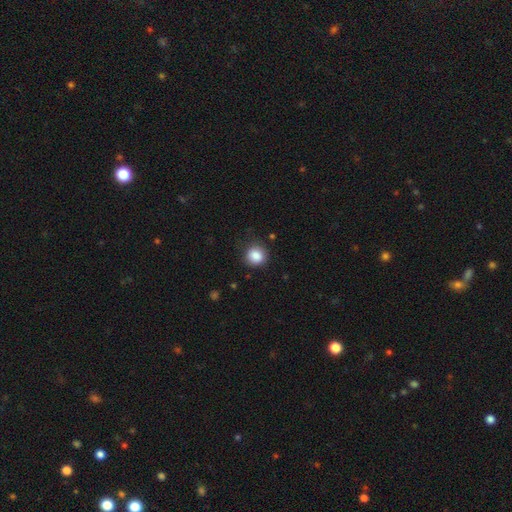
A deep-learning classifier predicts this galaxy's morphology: smooth_or_featured: smooth (p=0.86) [alt: star or artifact p=0.09]
how_rounded: round (p=0.84) [alt: in between p=0.15]
merging: none (p=0.80) [alt: minor disturbance p=0.15]